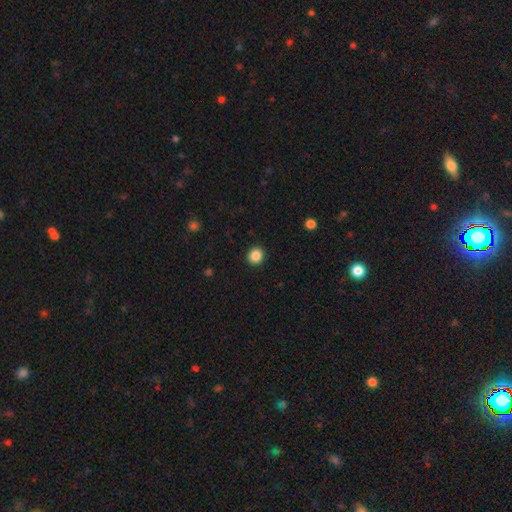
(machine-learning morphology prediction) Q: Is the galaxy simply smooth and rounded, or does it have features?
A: smooth — 87%.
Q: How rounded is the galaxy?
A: round — 89%.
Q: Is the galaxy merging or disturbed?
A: none — 92%.